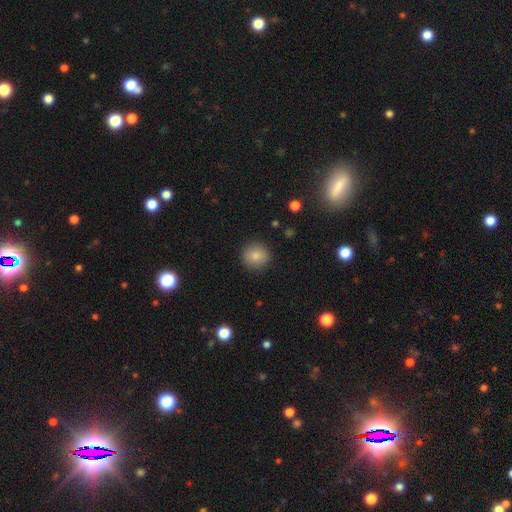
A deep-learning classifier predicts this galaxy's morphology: smooth_or_featured: smooth (p=0.84) [alt: star or artifact p=0.09]
how_rounded: round (p=0.92) [alt: in between p=0.07]
merging: none (p=0.90) [alt: minor disturbance p=0.07]